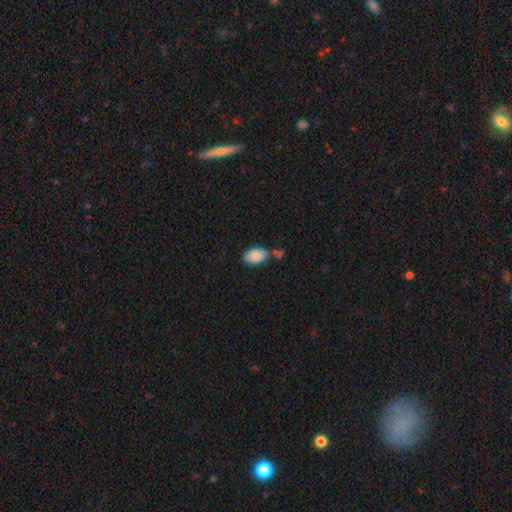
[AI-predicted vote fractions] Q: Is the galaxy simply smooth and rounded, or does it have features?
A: smooth — 86%.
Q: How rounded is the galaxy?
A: in between — 93%.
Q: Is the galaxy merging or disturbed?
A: none — 65%.